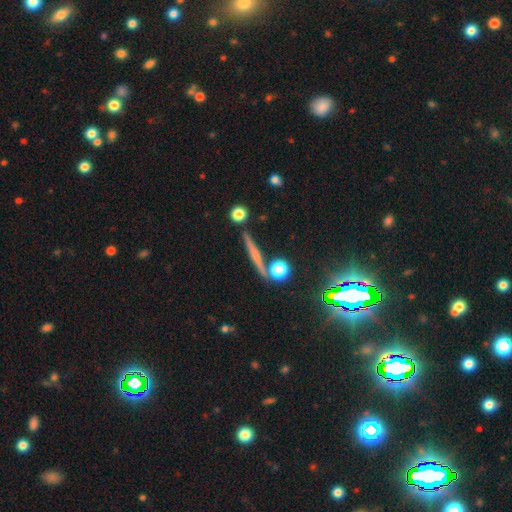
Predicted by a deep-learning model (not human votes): Morphology: type=featured or disk (47%); merging=none (82%).